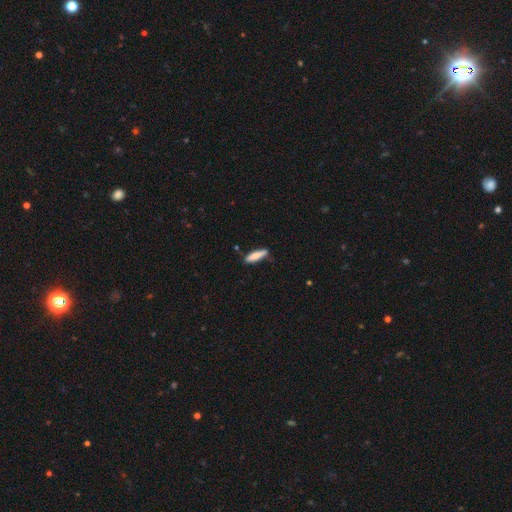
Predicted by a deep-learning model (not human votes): The model was most divided on "how rounded": cigar-shaped: 73%, in between: 25%, round: 2%. More confident: smooth or featured — smooth (82%); merging — none (77%).